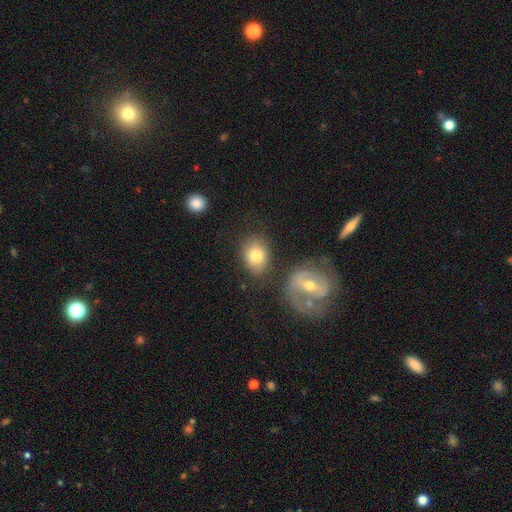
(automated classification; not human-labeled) smooth_or_featured: smooth (p=0.77) [alt: featured or disk p=0.15]
how_rounded: in between (p=0.63) [alt: round p=0.35]
merging: none (p=0.66) [alt: minor disturbance p=0.16]